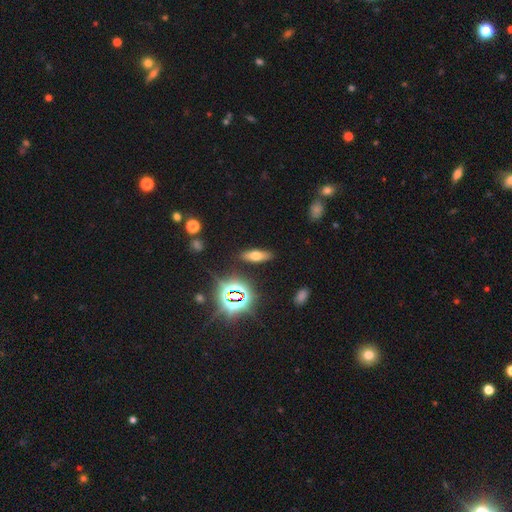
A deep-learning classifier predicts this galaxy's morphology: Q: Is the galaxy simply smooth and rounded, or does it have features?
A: smooth — 54%.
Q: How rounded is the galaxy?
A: in between — 57%.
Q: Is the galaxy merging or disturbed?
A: none — 87%.